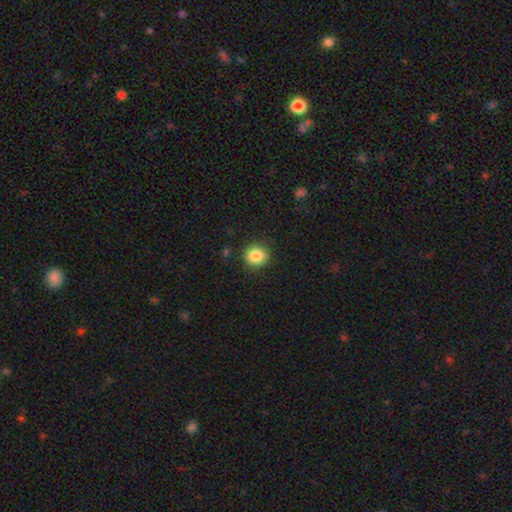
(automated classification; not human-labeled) This appears to be a smooth galaxy with no disk features (86%) that is round (83%). Merging: none (88%).